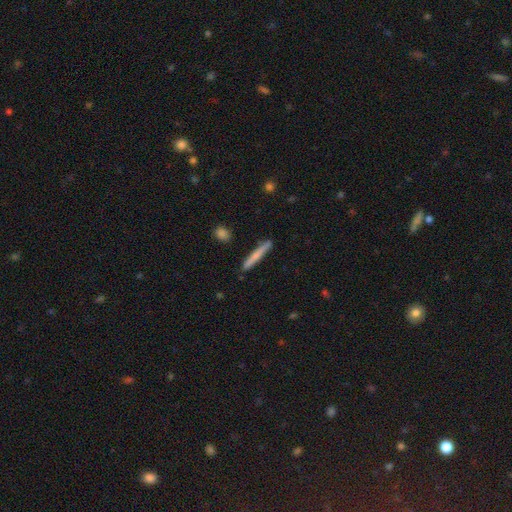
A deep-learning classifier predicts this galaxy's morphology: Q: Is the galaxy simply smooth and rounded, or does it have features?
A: smooth — 63%.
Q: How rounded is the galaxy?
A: cigar-shaped — 95%.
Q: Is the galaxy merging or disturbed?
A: none — 87%.